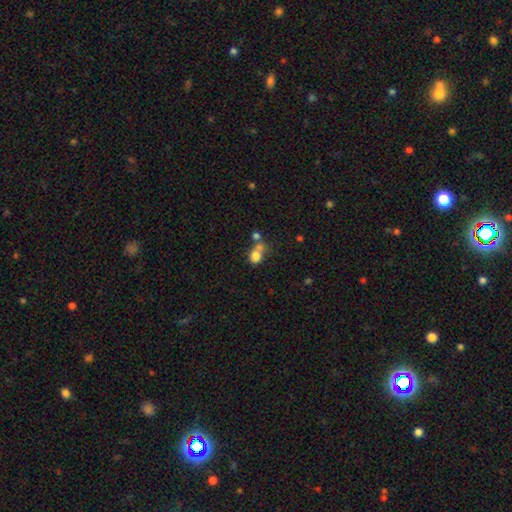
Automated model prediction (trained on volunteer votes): smooth 75%, featured or disk 14%, star or artifact 11%. Down the decision tree: how rounded — round (55%); merging — merger (52%).